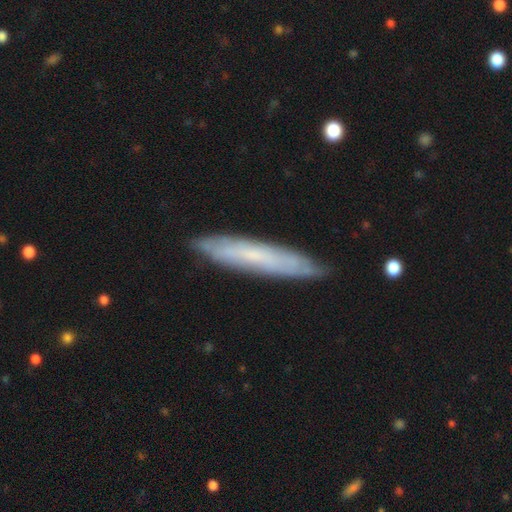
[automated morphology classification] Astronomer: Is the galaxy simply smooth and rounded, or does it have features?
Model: featured or disk — 50% (runner-up: smooth, 44%).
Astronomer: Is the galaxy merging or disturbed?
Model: none — 85%.